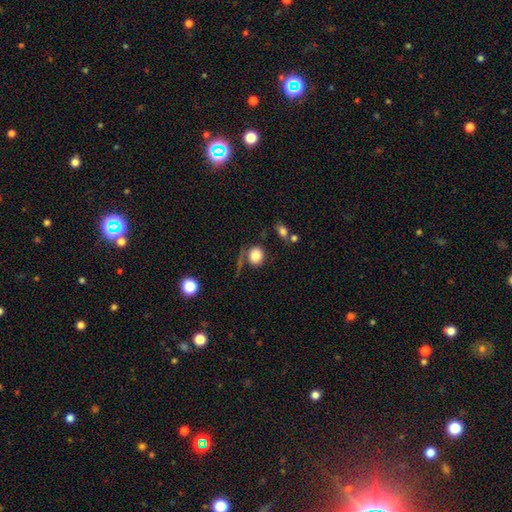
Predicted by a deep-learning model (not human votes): smooth 81%, featured or disk 10%, star or artifact 9%. Down the decision tree: how rounded — round (77%); merging — none (62%).